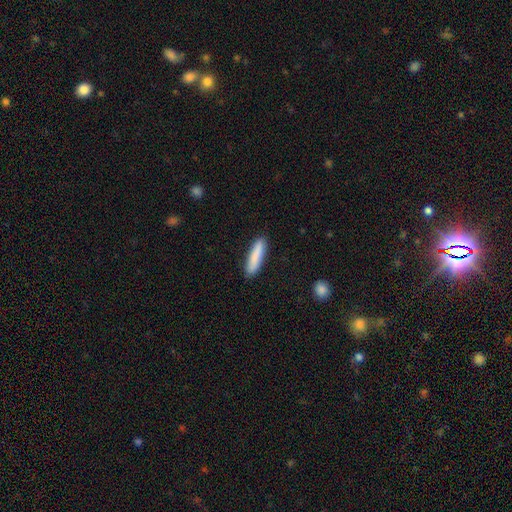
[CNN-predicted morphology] Q: Smooth or featured?
A: smooth (86%); runner-up: featured or disk (8%)
Q: How rounded?
A: cigar-shaped (83%); runner-up: in between (16%)
Q: Merging?
A: none (89%); runner-up: minor disturbance (8%)